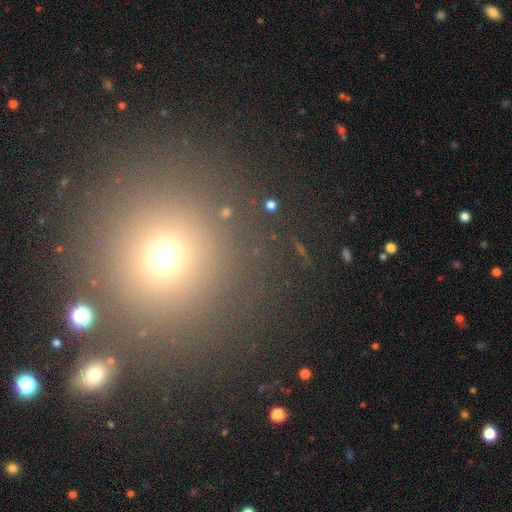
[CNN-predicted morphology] smooth_or_featured: smooth (p=0.56) [alt: star or artifact p=0.37]
how_rounded: round (p=0.92) [alt: in between p=0.07]
merging: none (p=0.86) [alt: minor disturbance p=0.06]